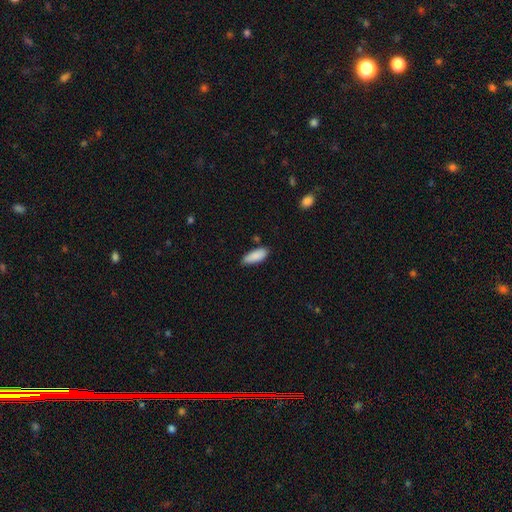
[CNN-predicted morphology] Overall: smooth (89%). How rounded: in between (74%). Merging: none (74%).